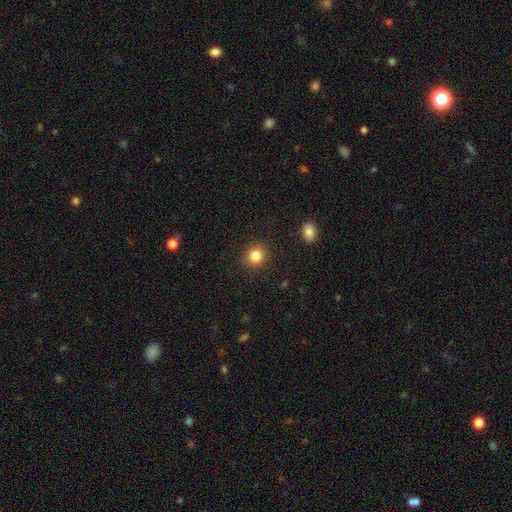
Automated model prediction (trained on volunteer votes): A smooth galaxy with no disk features (84%) that is round (84%). Merging: none (90%).